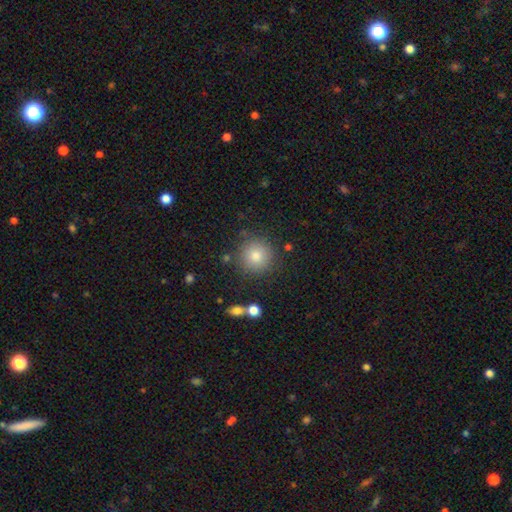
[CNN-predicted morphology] Smooth or featured?
  - smooth: 80% *
  - star or artifact: 12%
  - featured or disk: 8%
How rounded?
  - round: 94% *
  - in between: 5%
  - cigar-shaped: 1%
Merging?
  - none: 86% *
  - minor disturbance: 8%
  - merger: 3%
  - major disturbance: 3%